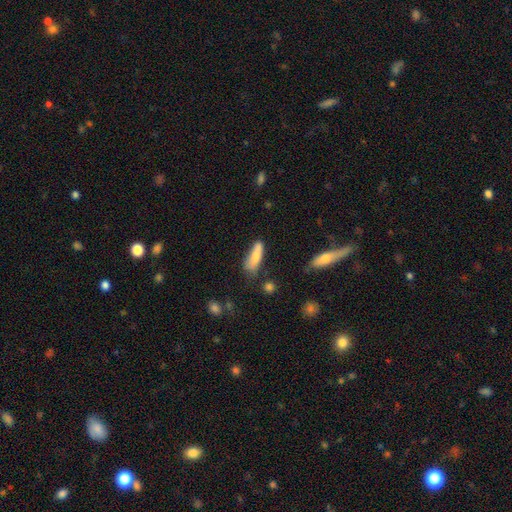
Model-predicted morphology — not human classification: This appears to be a smooth galaxy with no disk features (78%) that is cigar-shaped (50%). Merging: none (48%).